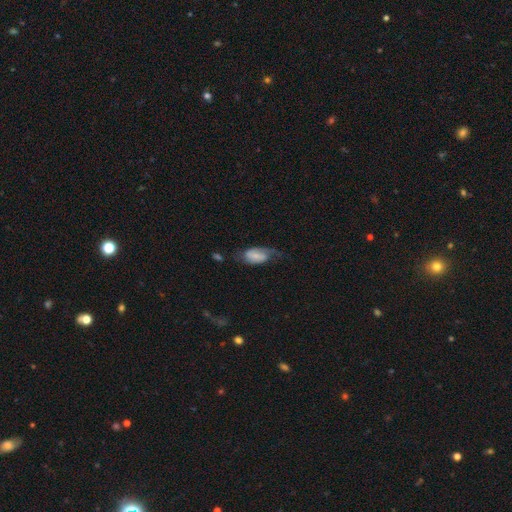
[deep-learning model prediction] Q: Smooth or featured?
A: smooth (49%); runner-up: featured or disk (43%)
Q: Merging?
A: none (43%); runner-up: minor disturbance (29%)